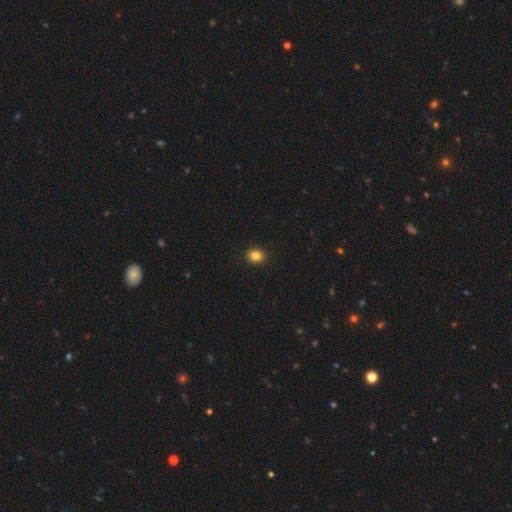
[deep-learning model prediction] Smooth or featured? Predicted: smooth (p=0.84). How rounded? Predicted: round (p=0.68). Merging? Predicted: none (p=0.91).